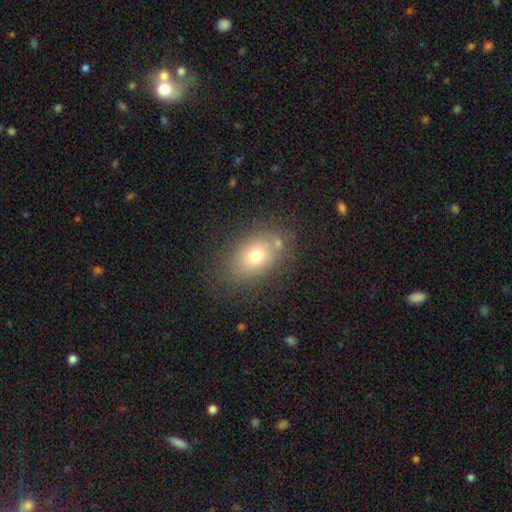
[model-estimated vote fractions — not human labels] Smooth or featured: smooth — 71% (featured or disk — 17%)
How rounded: in between — 77% (round — 22%)
Merging: none — 74% (minor disturbance — 14%)